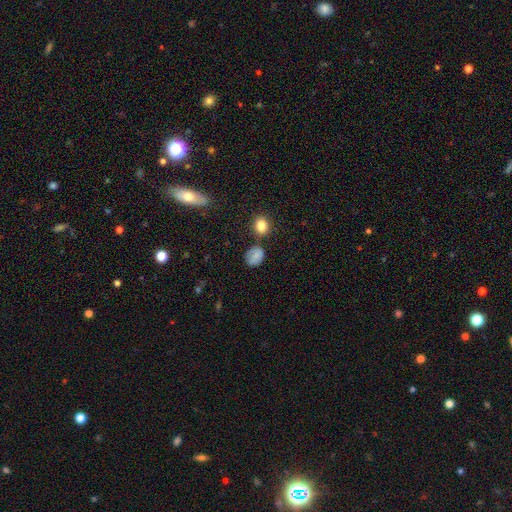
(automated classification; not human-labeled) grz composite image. It shows a smooth galaxy with no disk features (73%) that is round (53%). Merging: none (66%).